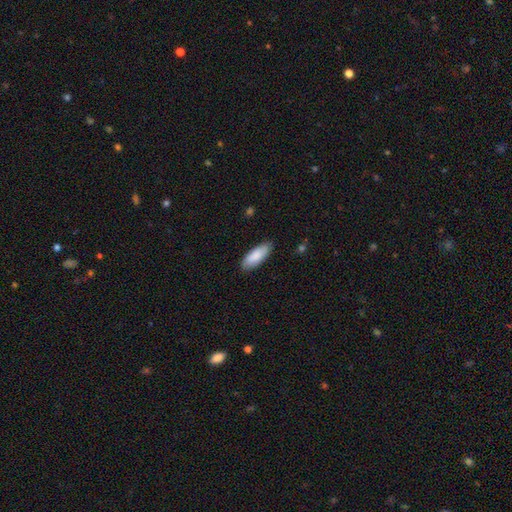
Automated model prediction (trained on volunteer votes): Overall: smooth (86%). How rounded: in between (72%). Merging: none (85%).